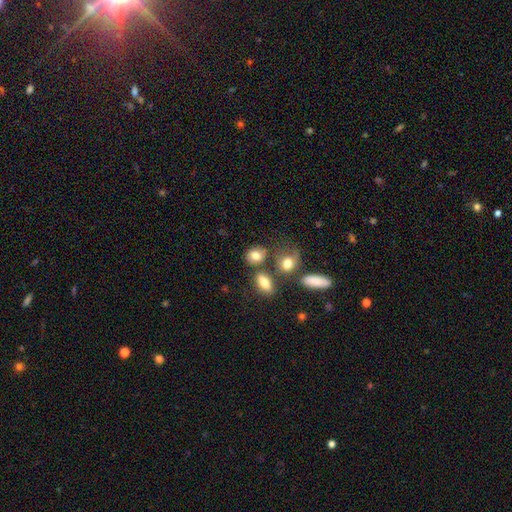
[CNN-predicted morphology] smooth_or_featured: smooth (p=0.79) [alt: featured or disk p=0.11]
how_rounded: in between (p=0.51) [alt: round p=0.46]
merging: none (p=0.57) [alt: merger p=0.22]